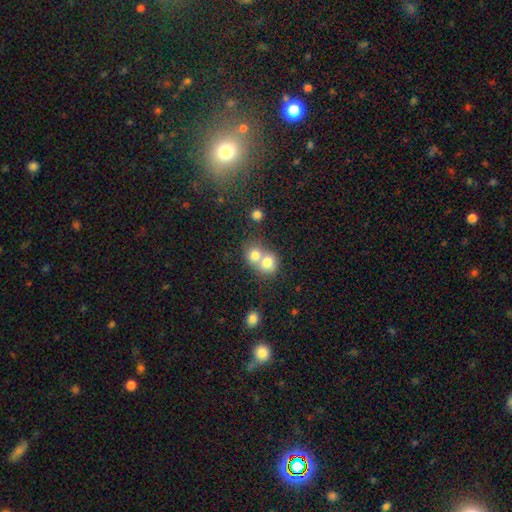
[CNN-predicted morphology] The model was most divided on "merging": merger: 68%, none: 26%, minor disturbance: 4%, major disturbance: 2%. More confident: how rounded — round (75%); smooth or featured — smooth (74%).